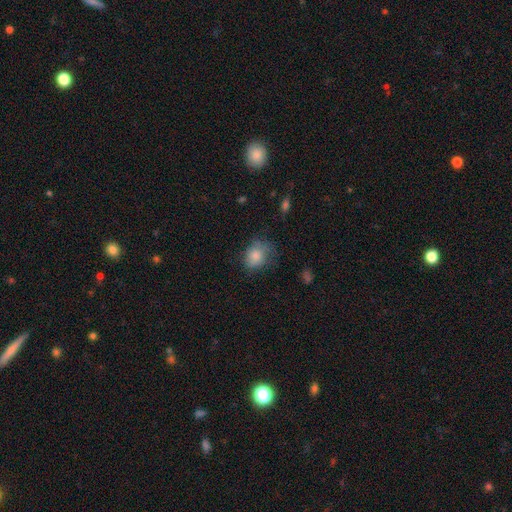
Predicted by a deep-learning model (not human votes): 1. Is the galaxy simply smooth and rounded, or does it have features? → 82% smooth, 9% star or artifact, 9% featured or disk.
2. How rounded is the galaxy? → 50% round, 49% in between, 1% cigar-shaped.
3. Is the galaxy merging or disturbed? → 50% none, 32% minor disturbance, 16% major disturbance, 2% merger.